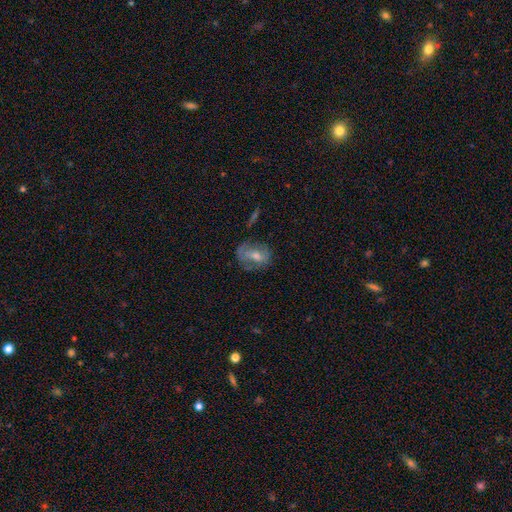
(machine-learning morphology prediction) featured or disk 57%, smooth 32%, star or artifact 11%. Down the decision tree: edge-on disk — no (94%); bar — no (43%); spiral arms — yes (56%); bulge size — moderate (60%); merging — none (62%).